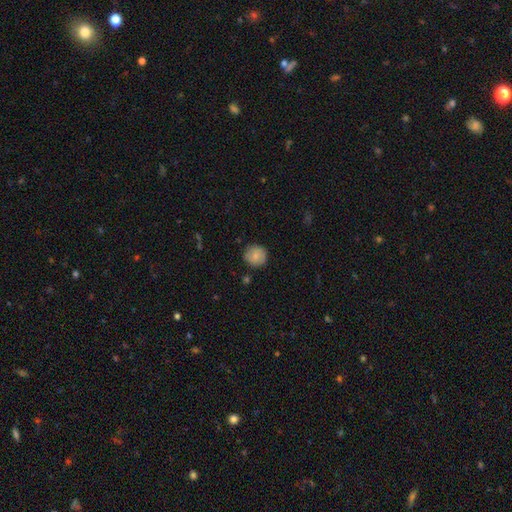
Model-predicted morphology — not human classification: Smooth or featured? Predicted: smooth (p=0.82). How rounded? Predicted: round (p=0.92). Merging? Predicted: none (p=0.87).